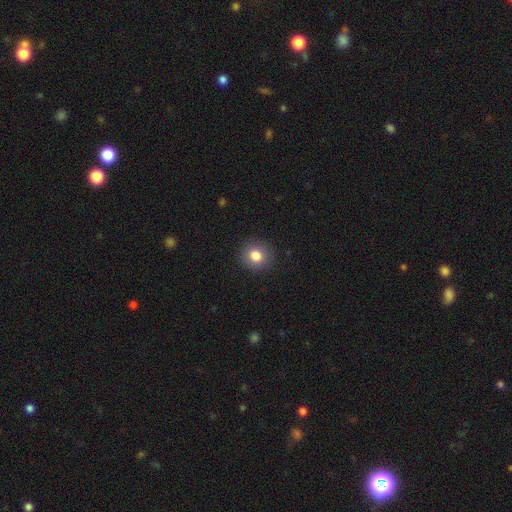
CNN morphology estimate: This appears to be a smooth galaxy with no disk features (83%) that is round (88%). Merging: none (90%).